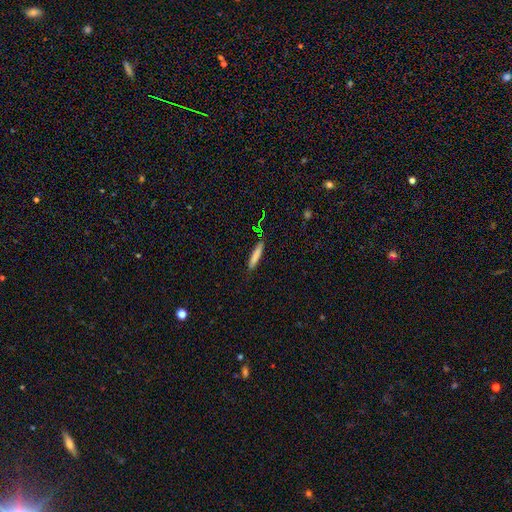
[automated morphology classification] smooth 80%, featured or disk 13%, star or artifact 7%. Down the decision tree: how rounded — cigar-shaped (91%); merging — none (85%).